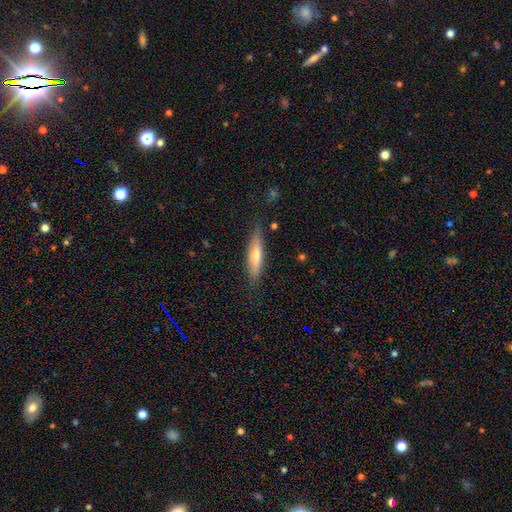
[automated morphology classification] Smooth or featured: smooth — 54% (featured or disk — 39%)
How rounded: cigar-shaped — 78% (in between — 20%)
Merging: none — 84% (minor disturbance — 12%)